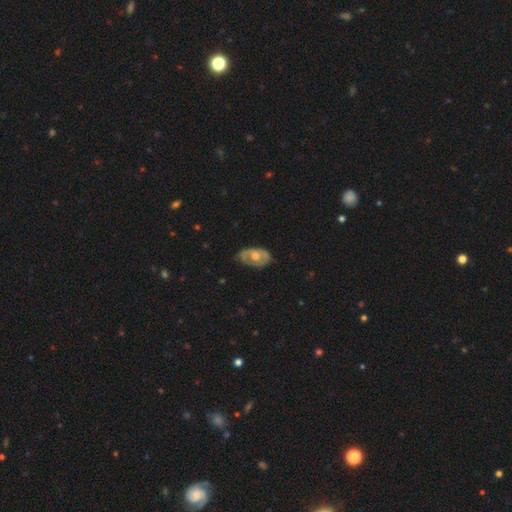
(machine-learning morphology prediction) smooth_or_featured: featured or disk (p=0.54) [alt: smooth p=0.40]
disk_edge_on: no (p=0.91) [alt: yes p=0.09]
merging: none (p=0.67) [alt: minor disturbance p=0.25]